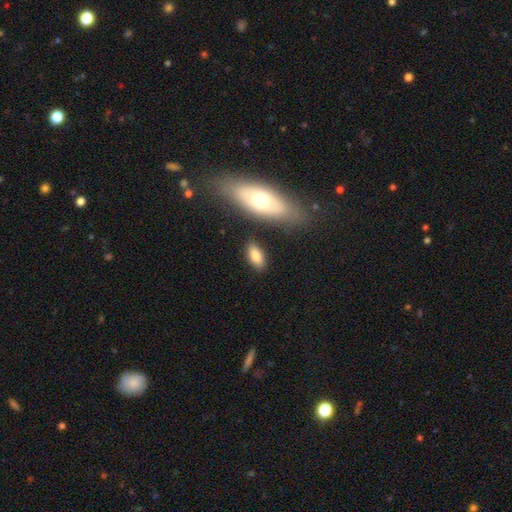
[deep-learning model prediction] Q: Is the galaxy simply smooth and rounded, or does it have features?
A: smooth — 82%.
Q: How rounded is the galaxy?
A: in between — 85%.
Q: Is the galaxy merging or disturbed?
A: none — 80%.